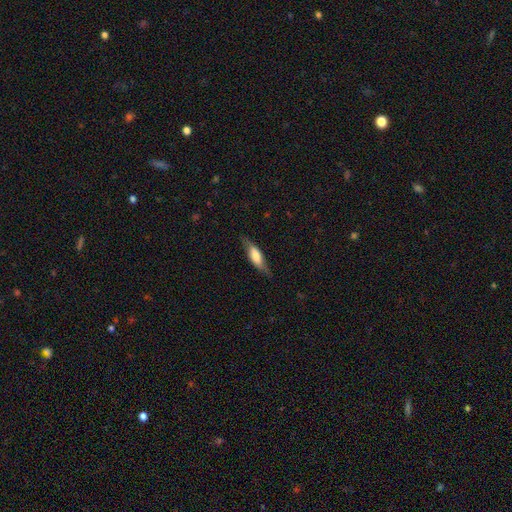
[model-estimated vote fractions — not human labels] smooth-or-featured: smooth: 57% | featured or disk: 37% | star or artifact: 6%
  how-rounded: in between: 50% | cigar-shaped: 47% | round: 2%
  merging: none: 73% | minor disturbance: 20% | major disturbance: 6% | merger: 1%